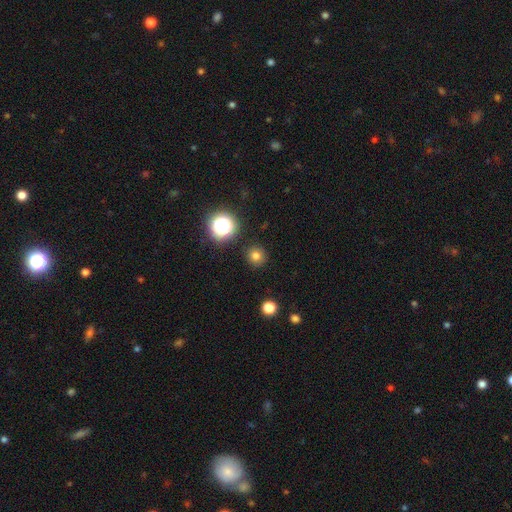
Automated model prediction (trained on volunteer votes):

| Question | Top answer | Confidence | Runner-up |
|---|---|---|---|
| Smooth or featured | smooth | 76% | star or artifact (17%) |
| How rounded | round | 94% | in between (5%) |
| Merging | none | 91% | minor disturbance (5%) |